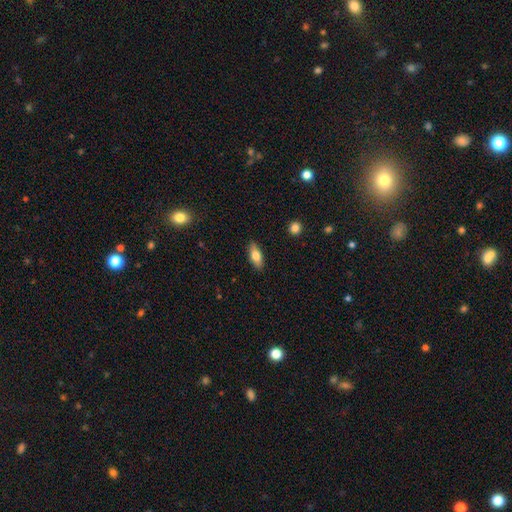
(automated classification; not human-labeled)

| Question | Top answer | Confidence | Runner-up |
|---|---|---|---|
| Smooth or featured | smooth | 74% | featured or disk (19%) |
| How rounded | in between | 76% | cigar-shaped (21%) |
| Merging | none | 87% | minor disturbance (9%) |